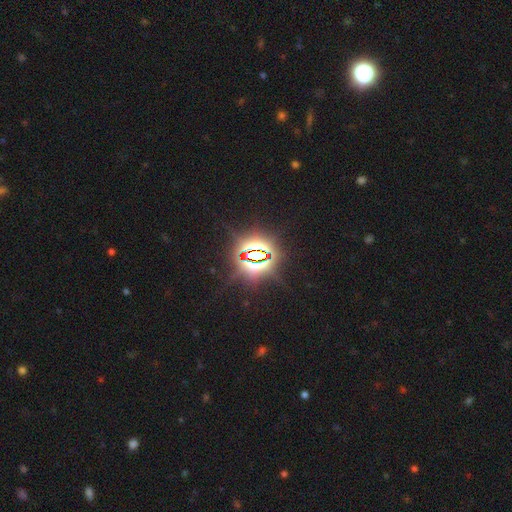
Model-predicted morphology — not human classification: Smooth or featured?
  - star or artifact: 84% *
  - smooth: 9%
  - featured or disk: 8%